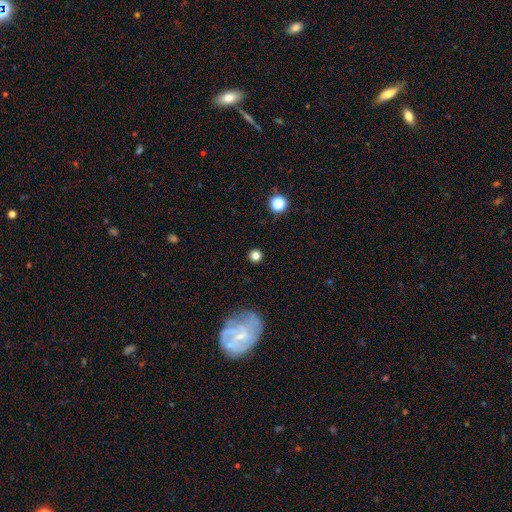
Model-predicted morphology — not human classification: A smooth galaxy with no disk features (81%) that is round (94%).

Vote fractions:
- Smooth or featured? smooth: 81% / star or artifact: 14% / featured or disk: 5%
- How rounded? round: 94% / in between: 5% / cigar-shaped: 1%
- Merging? none: 91% / minor disturbance: 5% / major disturbance: 2% / merger: 1%